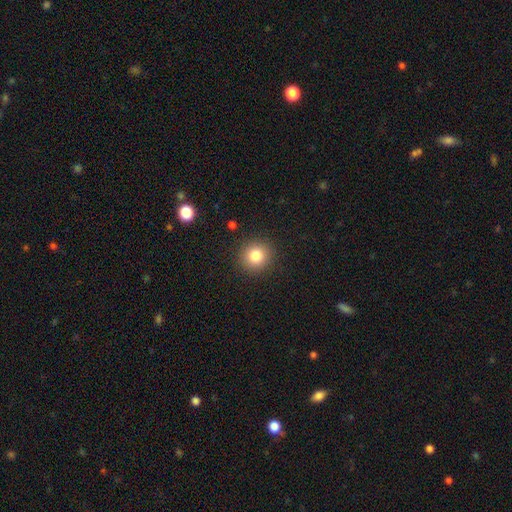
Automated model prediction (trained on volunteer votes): Morphology: type=smooth (83%); roundness=round (89%); merging=none (90%).